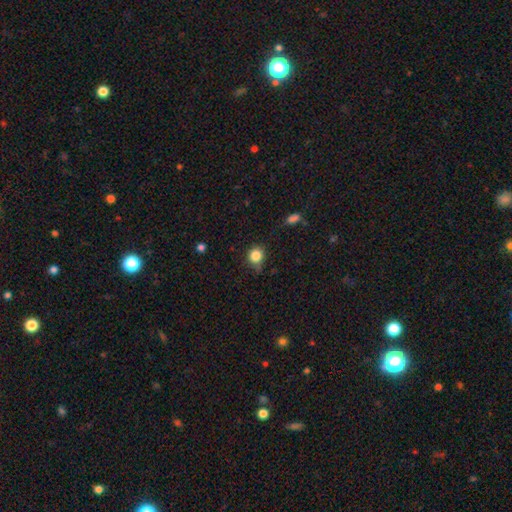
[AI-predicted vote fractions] Smooth or featured: smooth — 84% (star or artifact — 11%)
How rounded: round — 85% (in between — 14%)
Merging: none — 68% (minor disturbance — 24%)